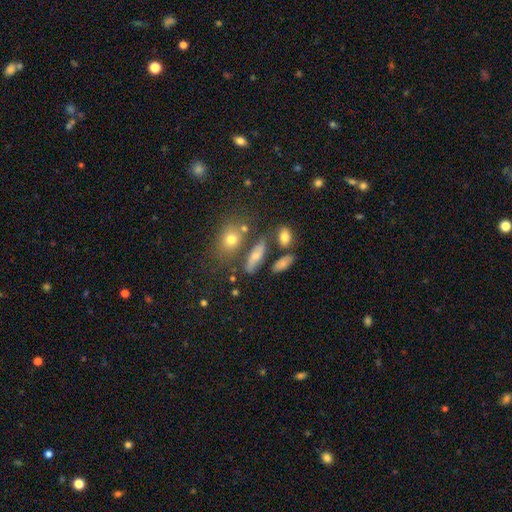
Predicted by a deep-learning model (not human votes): Smooth or featured: smooth — 61% (featured or disk — 26%)
How rounded: in between — 58% (cigar-shaped — 29%)
Merging: none — 61% (minor disturbance — 18%)